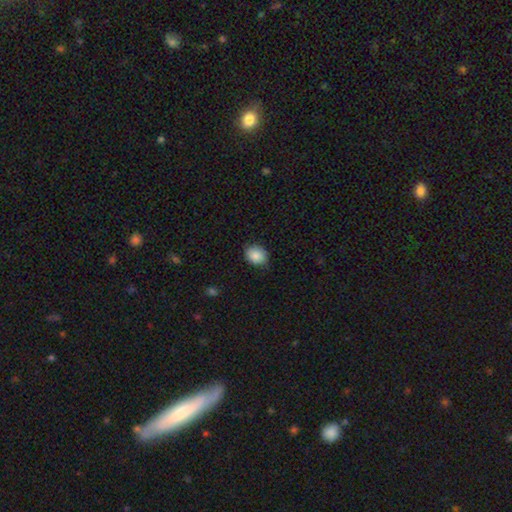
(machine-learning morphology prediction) Smooth or featured: smooth — 85% (star or artifact — 8%)
How rounded: round — 56% (in between — 43%)
Merging: none — 76% (minor disturbance — 20%)